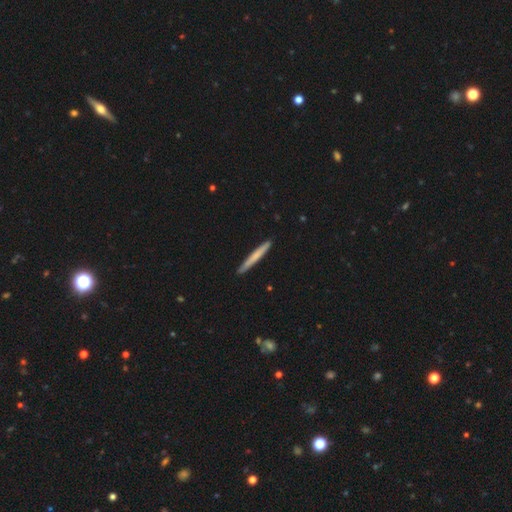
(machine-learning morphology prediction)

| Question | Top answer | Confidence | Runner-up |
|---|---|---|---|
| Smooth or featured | smooth | 66% | featured or disk (29%) |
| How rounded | cigar-shaped | 97% | in between (2%) |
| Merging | none | 91% | minor disturbance (7%) |